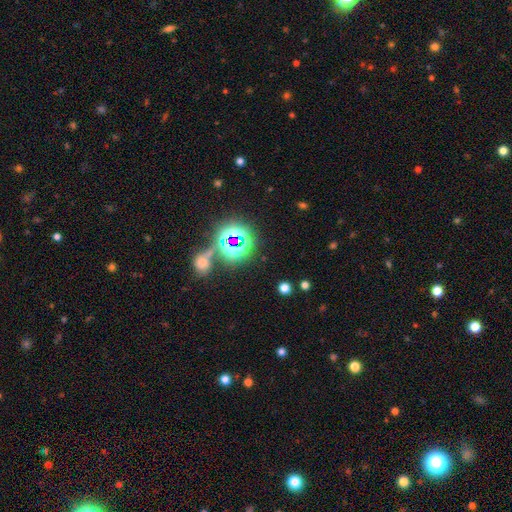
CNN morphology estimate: Q: Smooth or featured?
A: star or artifact (71%); runner-up: smooth (18%)